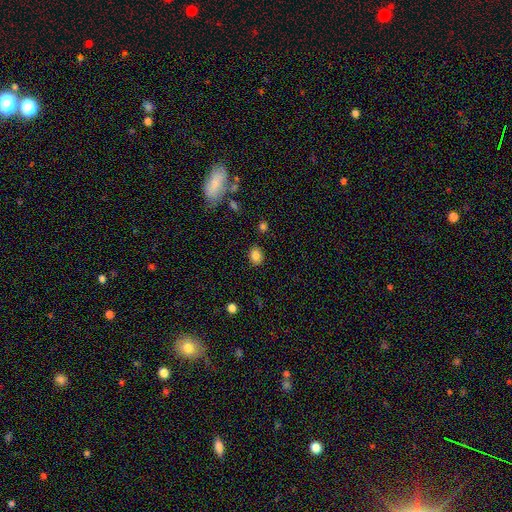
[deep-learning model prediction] Morphology: type=smooth (84%); roundness=round (51%); merging=none (85%).